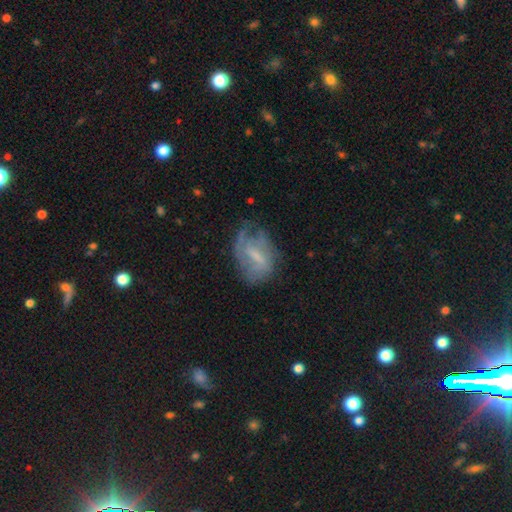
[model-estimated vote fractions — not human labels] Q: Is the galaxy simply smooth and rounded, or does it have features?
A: featured or disk — 58%.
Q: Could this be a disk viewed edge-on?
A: no — 95%.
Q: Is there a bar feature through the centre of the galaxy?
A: weak — 51%.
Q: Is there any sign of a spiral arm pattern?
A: yes — 65%.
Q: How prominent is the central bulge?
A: small — 35%.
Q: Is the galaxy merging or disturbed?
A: none — 47%.